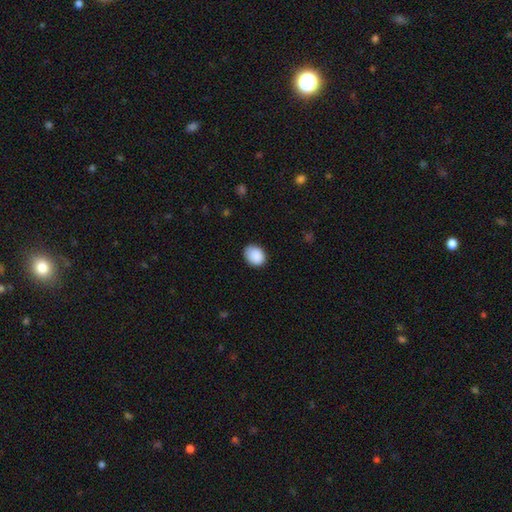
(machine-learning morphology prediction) The model was most divided on "how rounded": in between: 58%, round: 41%, cigar-shaped: 1%. More confident: smooth or featured — smooth (89%); merging — none (79%).